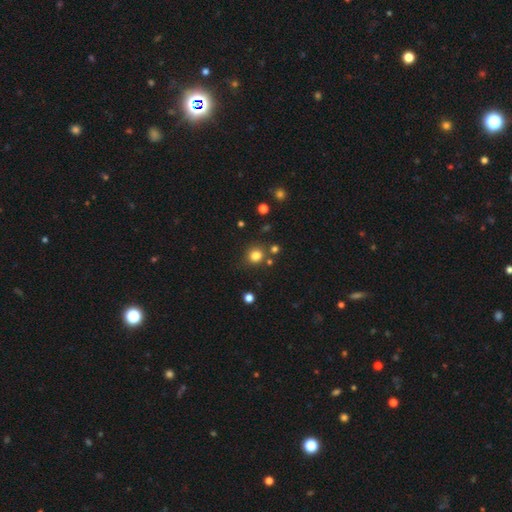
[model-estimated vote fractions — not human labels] Smooth or featured: smooth — 81% (star or artifact — 14%)
How rounded: round — 83% (in between — 16%)
Merging: none — 78% (minor disturbance — 11%)